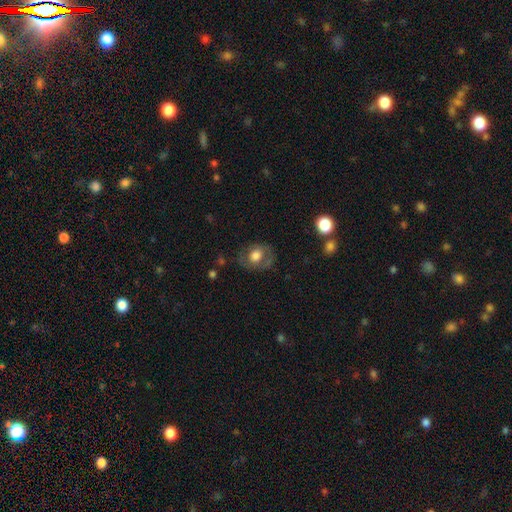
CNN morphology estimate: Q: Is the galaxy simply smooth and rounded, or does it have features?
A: smooth — 59%.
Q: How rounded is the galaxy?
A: round — 54%.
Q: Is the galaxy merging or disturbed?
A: none — 70%.